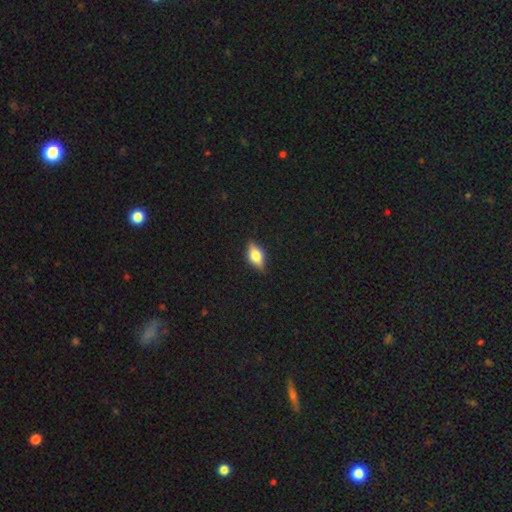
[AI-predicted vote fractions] This is possibly a smooth galaxy (59%). How rounded: clearly in between (82%). Merging: clearly none (83%).